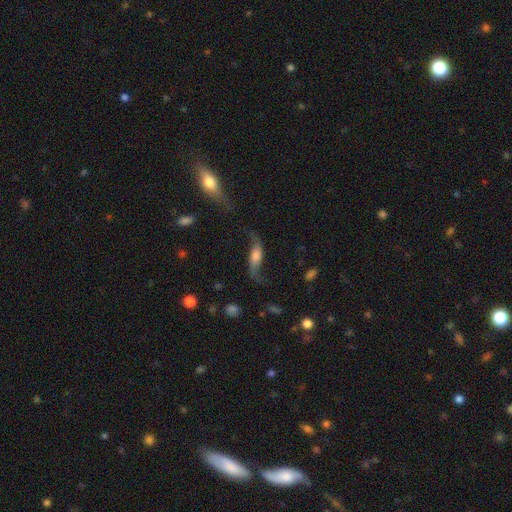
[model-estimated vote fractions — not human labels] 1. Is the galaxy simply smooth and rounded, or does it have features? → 72% featured or disk, 20% smooth, 8% star or artifact.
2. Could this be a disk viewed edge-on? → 80% no, 20% yes.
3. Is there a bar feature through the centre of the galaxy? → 50% no, 34% weak, 15% strong.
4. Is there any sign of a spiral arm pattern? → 92% yes, 8% no.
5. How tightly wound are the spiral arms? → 92% loose, 6% medium, 2% tight.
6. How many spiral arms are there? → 92% 2, 3% 1, 2% can't tell, 1% 3, 1% 4, 1% more than 4.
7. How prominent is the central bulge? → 34% moderate, 24% large, 20% small, 16% none, 6% dominant.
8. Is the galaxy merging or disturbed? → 65% none, 19% minor disturbance, 13% major disturbance, 3% merger.